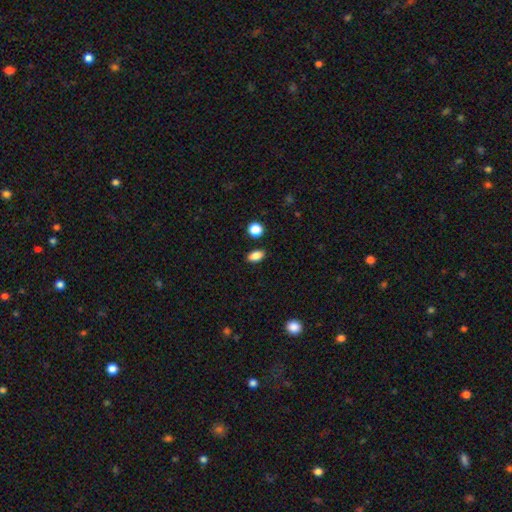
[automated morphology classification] Smooth or featured?
  - smooth: 86% *
  - star or artifact: 9%
  - featured or disk: 4%
How rounded?
  - in between: 86% *
  - round: 11%
  - cigar-shaped: 3%
Merging?
  - none: 88% *
  - minor disturbance: 8%
  - merger: 2%
  - major disturbance: 2%